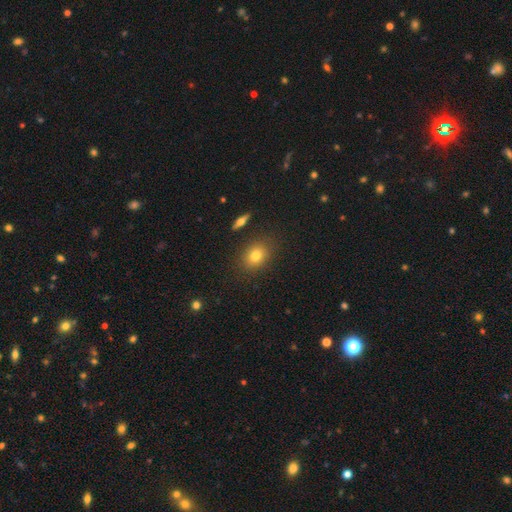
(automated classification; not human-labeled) Smooth or featured? smooth (78%)
How rounded? in between (56%)
Merging? none (84%)